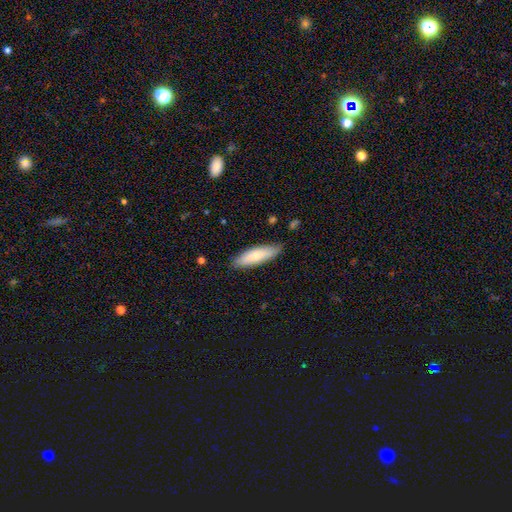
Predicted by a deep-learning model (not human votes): A smooth galaxy with no disk features (79%) that is cigar-shaped (58%). Merging: none (84%).